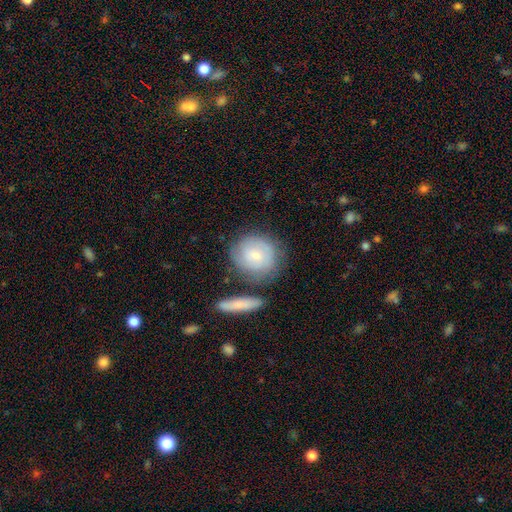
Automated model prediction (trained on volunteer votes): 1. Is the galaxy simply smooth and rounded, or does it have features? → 58% smooth, 35% featured or disk, 6% star or artifact.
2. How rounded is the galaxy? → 83% round, 15% in between, 2% cigar-shaped.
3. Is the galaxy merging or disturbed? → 66% none, 17% minor disturbance, 11% merger, 6% major disturbance.